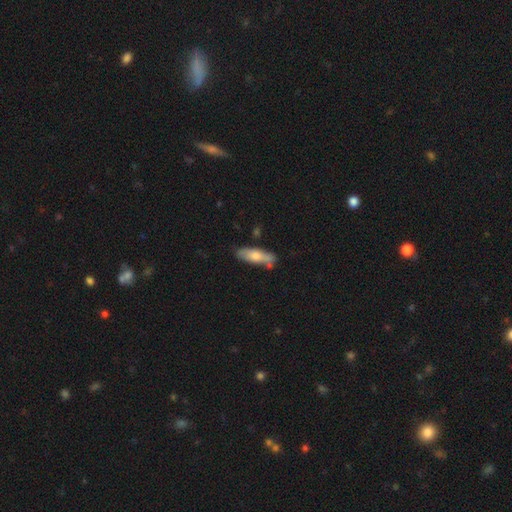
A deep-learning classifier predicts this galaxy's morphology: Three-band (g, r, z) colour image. It shows a smooth galaxy with no disk features (64%) that is cigar-shaped (50%). Merging: none (67%).